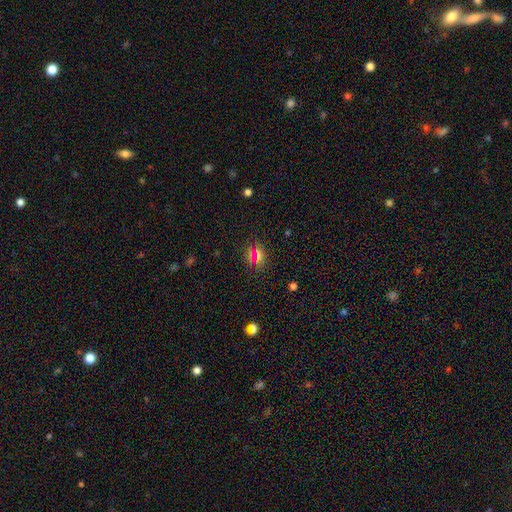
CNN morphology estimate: smooth-or-featured: smooth: 57% | star or artifact: 33% | featured or disk: 10%
  how-rounded: round: 67% | in between: 28% | cigar-shaped: 5%
  merging: none: 80% | minor disturbance: 11% | major disturbance: 5% | merger: 4%